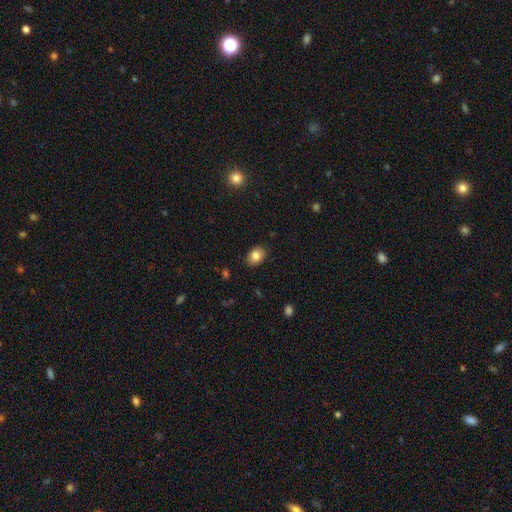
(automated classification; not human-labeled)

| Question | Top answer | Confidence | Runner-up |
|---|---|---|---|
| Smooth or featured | smooth | 83% | star or artifact (9%) |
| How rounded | in between | 71% | round (28%) |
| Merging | none | 87% | minor disturbance (10%) |